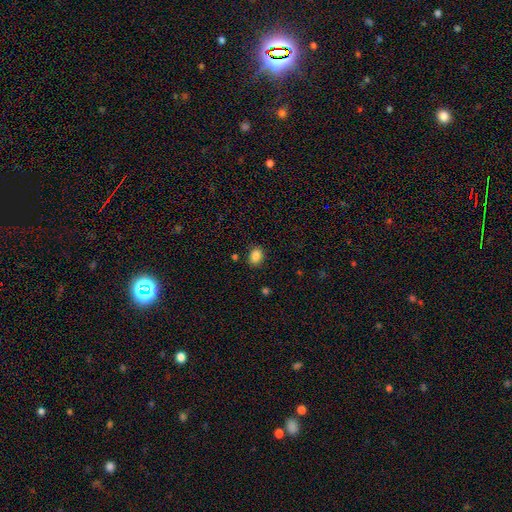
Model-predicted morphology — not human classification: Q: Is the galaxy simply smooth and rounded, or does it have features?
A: smooth — 86%.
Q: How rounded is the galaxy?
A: in between — 63%.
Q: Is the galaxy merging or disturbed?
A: none — 84%.